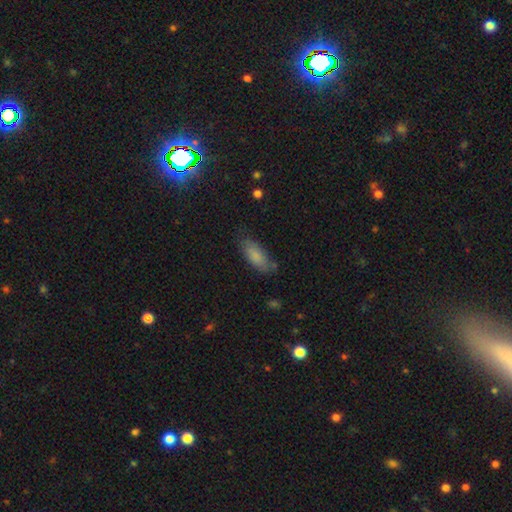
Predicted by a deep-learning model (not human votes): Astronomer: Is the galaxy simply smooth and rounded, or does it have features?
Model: smooth — 84%.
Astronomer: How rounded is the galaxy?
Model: in between — 80%.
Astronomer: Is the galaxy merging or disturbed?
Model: none — 70%.